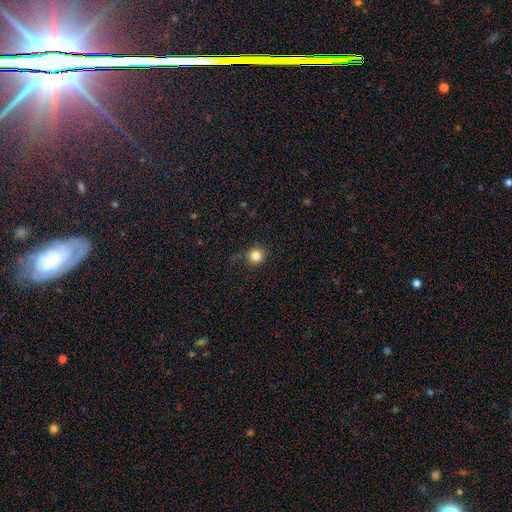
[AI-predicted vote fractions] Smooth or featured? Predicted: smooth (p=0.84). How rounded? Predicted: round (p=0.92). Merging? Predicted: none (p=0.84).